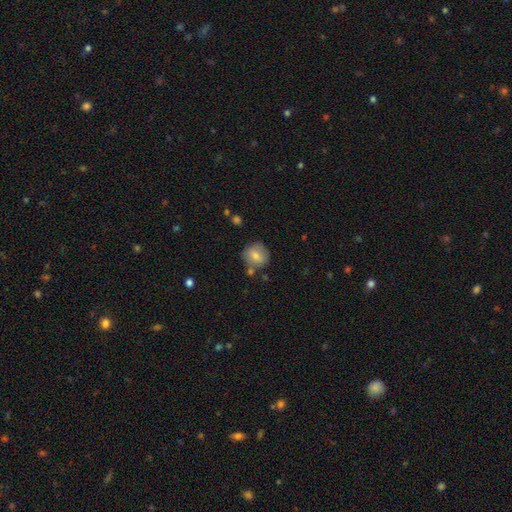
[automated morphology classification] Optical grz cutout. It shows a smooth galaxy with no disk features (72%) that is round (85%). Merging: none (71%).